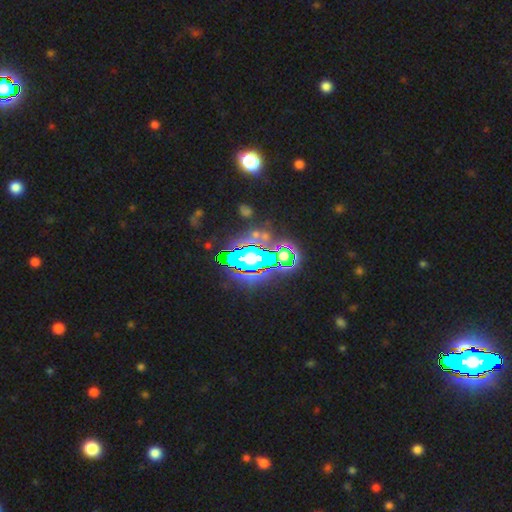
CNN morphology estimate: A star or artifact, not a galaxy (77%).

Vote fractions:
- Smooth or featured? star or artifact: 77% / smooth: 11% / featured or disk: 11%